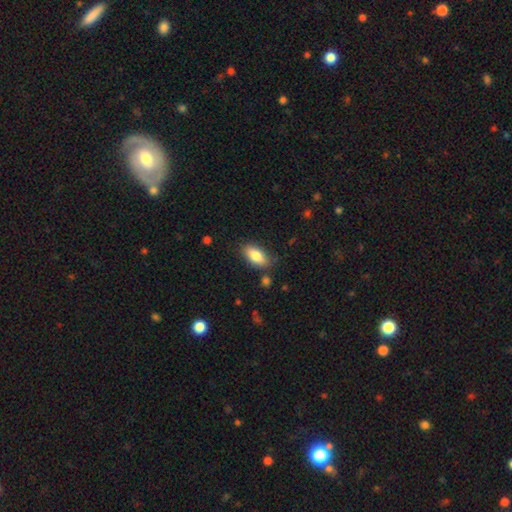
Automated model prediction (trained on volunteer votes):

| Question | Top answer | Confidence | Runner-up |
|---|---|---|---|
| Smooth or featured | smooth | 82% | featured or disk (11%) |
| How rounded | in between | 89% | cigar-shaped (8%) |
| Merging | none | 79% | minor disturbance (15%) |